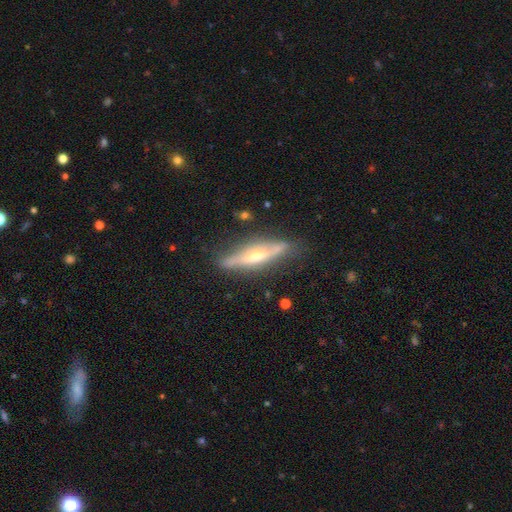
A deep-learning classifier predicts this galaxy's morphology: Overall: featured or disk (71%). Edge-on disk: yes (91%). Edge-on bulge: rounded (72%). Merging: none (77%).